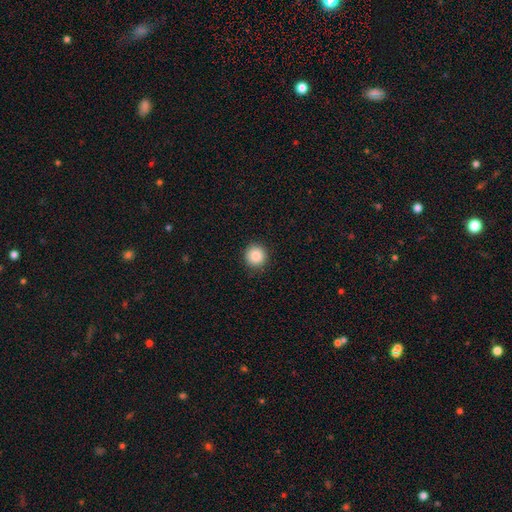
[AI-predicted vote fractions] Morphology: type=smooth (87%); roundness=round (95%); merging=none (91%).